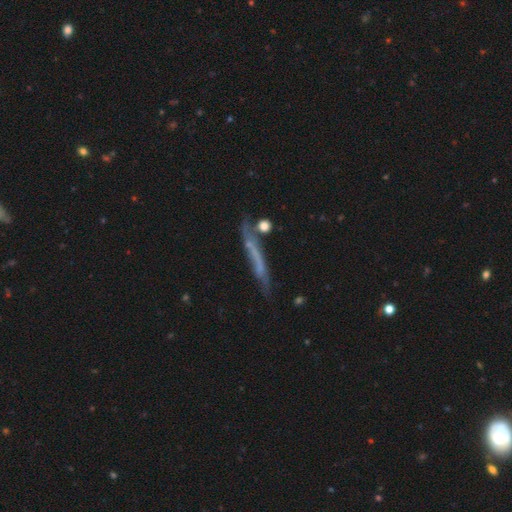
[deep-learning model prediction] The model was most divided on "smooth or featured": featured or disk: 51%, smooth: 38%, star or artifact: 11%. More confident: edge-on disk — yes (81%); merging — none (64%).